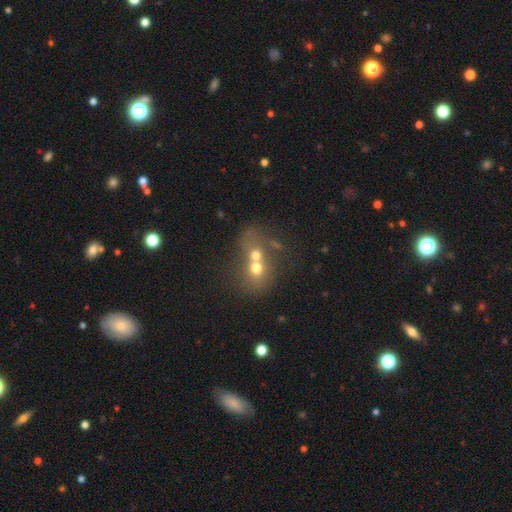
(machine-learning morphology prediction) Smooth or featured?
  - smooth: 59% *
  - featured or disk: 27%
  - star or artifact: 14%
How rounded?
  - round: 65% *
  - in between: 34%
  - cigar-shaped: 1%
Merging?
  - merger: 74% *
  - none: 16%
  - minor disturbance: 5%
  - major disturbance: 5%